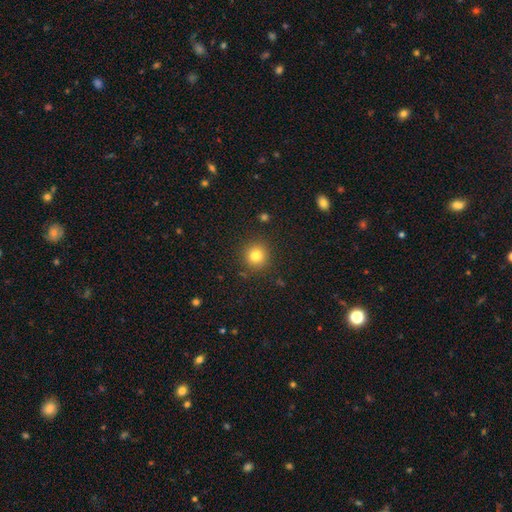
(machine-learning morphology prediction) type=smooth (82%); roundness=round (90%); merging=none (88%).